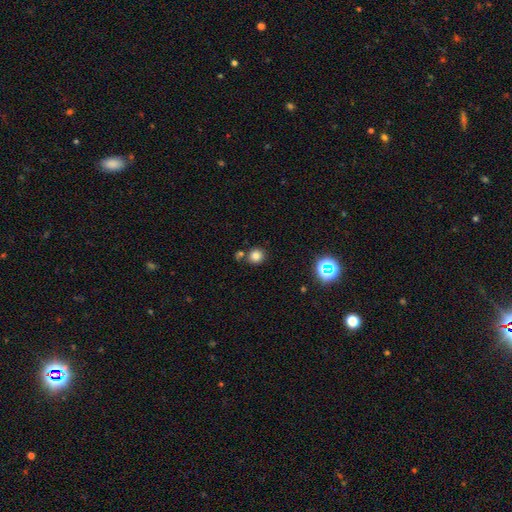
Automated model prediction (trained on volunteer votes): This appears to be a smooth galaxy with no disk features (80%) that is round (88%). Merging: none (74%).